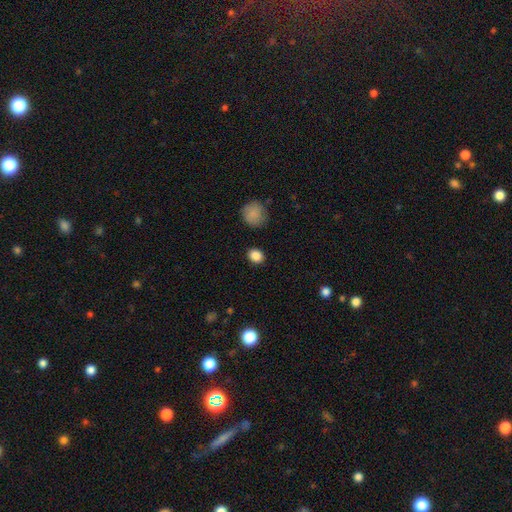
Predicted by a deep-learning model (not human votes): This is clearly a smooth galaxy (86%). How rounded: likely round (61%). Merging: clearly none (89%).